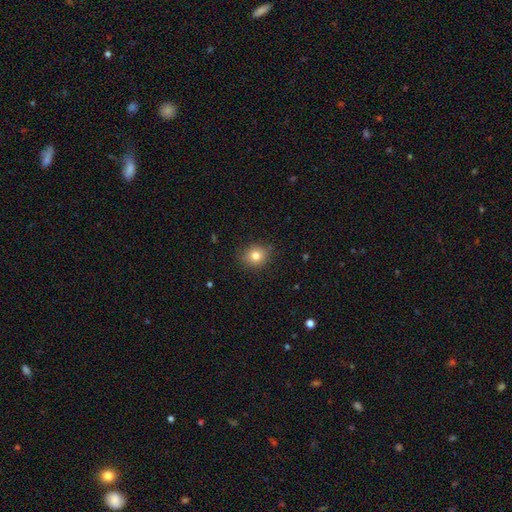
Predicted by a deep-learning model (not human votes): Smooth or featured? Predicted: smooth (p=0.80). How rounded? Predicted: round (p=0.75). Merging? Predicted: none (p=0.86).